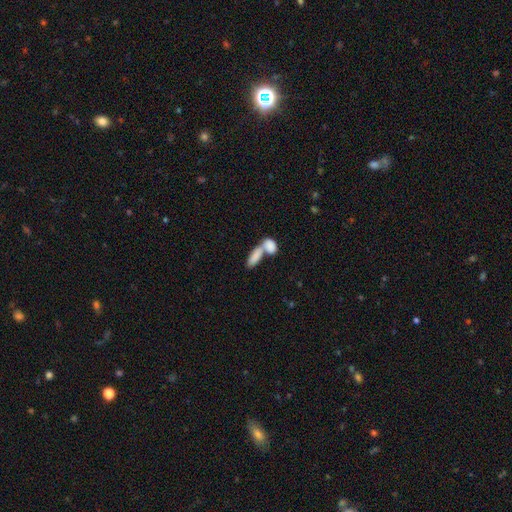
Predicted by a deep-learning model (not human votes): This is clearly a smooth galaxy (82%). How rounded: likely in between (78%). Merging: likely merger (69%).